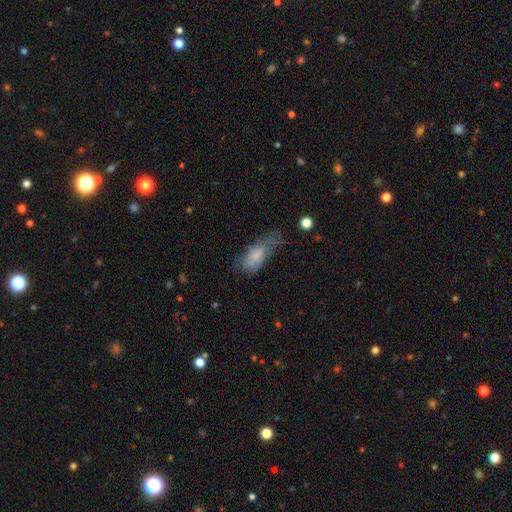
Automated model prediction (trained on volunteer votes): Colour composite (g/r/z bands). It shows a smooth galaxy with no disk features (67%) that is in between round and cigar-shaped (81%). Merging: minor disturbance (34%, tied with major disturbance).